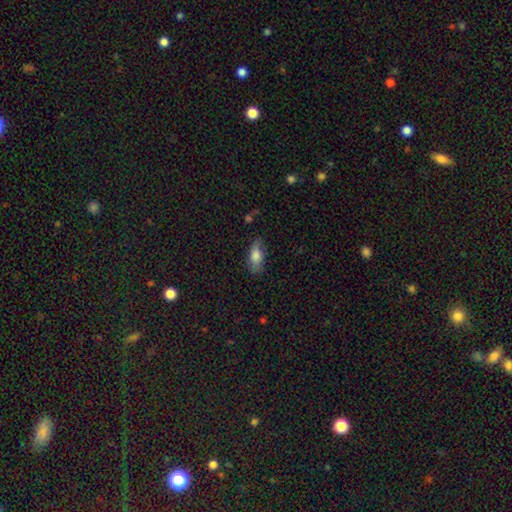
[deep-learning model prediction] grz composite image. It shows a smooth galaxy with no disk features (77%) that is in between round and cigar-shaped (82%). Merging: none (70%).